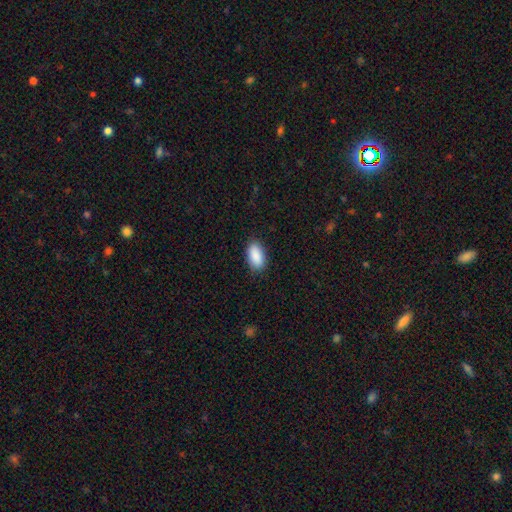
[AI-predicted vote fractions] Overall: smooth (90%). How rounded: in between (94%). Merging: none (88%).